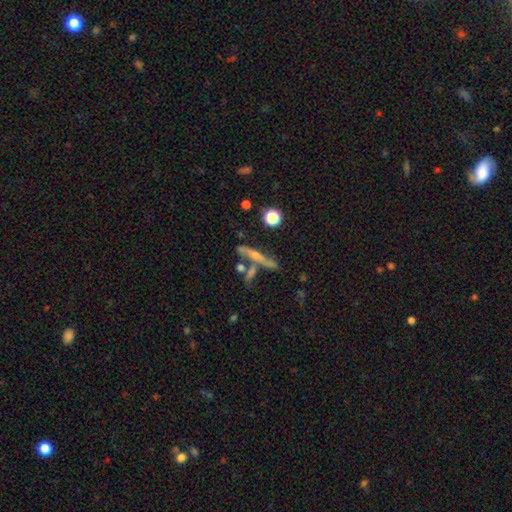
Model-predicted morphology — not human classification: Smooth or featured: featured or disk — 63% (smooth — 26%)
Edge-on disk: yes — 91% (no — 9%)
Edge-on bulge: rounded — 73% (none — 21%)
Merging: none — 66% (merger — 17%)